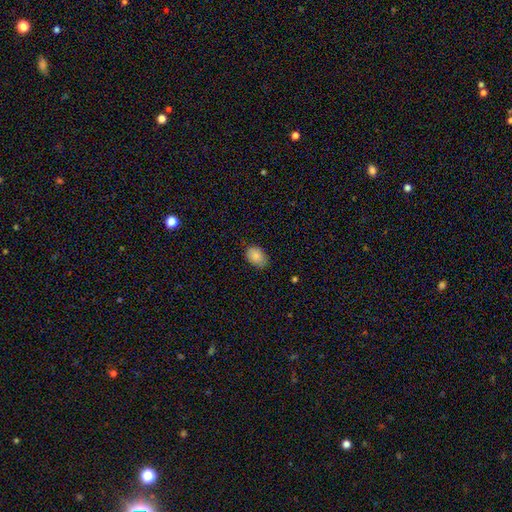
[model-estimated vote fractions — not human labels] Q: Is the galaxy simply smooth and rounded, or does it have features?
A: smooth — 87%.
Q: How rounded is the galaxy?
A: in between — 86%.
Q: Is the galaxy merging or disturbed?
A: none — 83%.